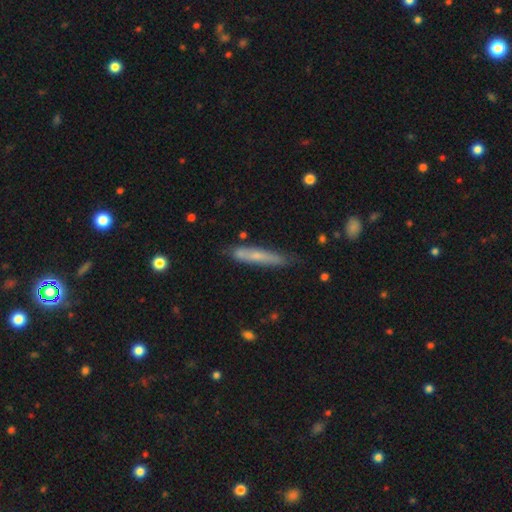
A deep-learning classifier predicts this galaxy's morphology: type=smooth (55%); roundness=cigar-shaped (92%); merging=none (73%).